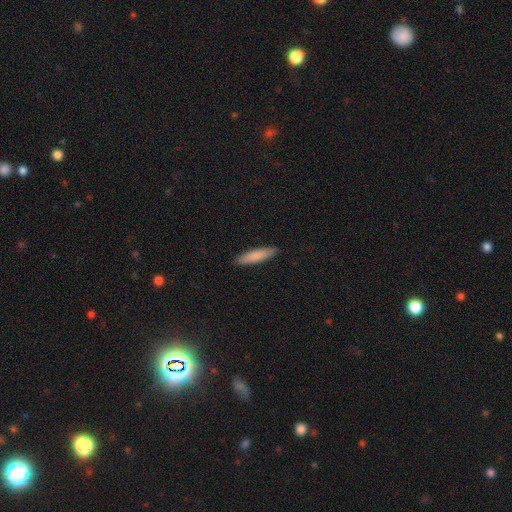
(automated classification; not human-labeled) Smooth or featured? smooth (84%)
How rounded? cigar-shaped (80%)
Merging? none (89%)